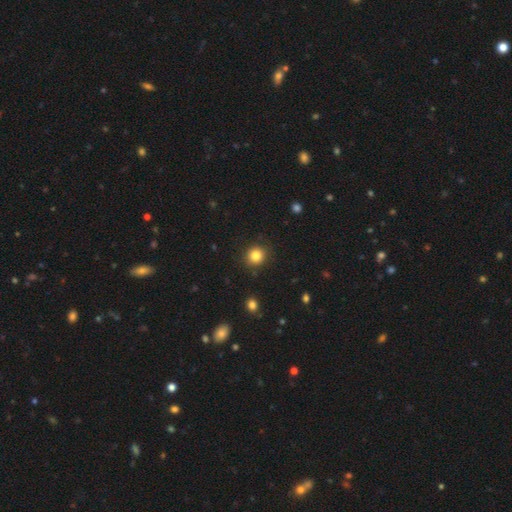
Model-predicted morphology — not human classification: Overall: smooth (84%). How rounded: round (89%). Merging: none (89%).